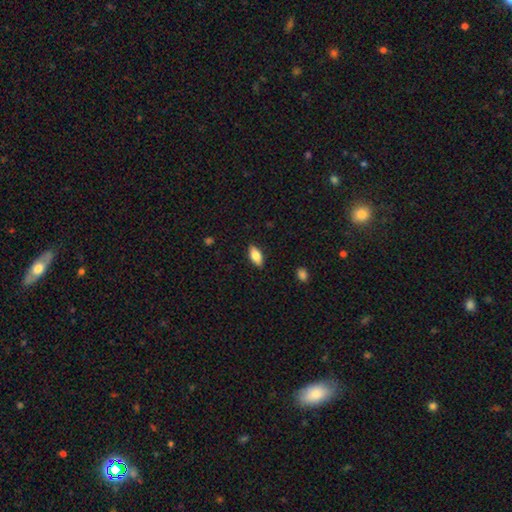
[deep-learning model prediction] smooth-or-featured: smooth: 77% | featured or disk: 16% | star or artifact: 7%
  how-rounded: in between: 86% | cigar-shaped: 11% | round: 3%
  merging: none: 87% | minor disturbance: 10% | major disturbance: 2% | merger: 1%